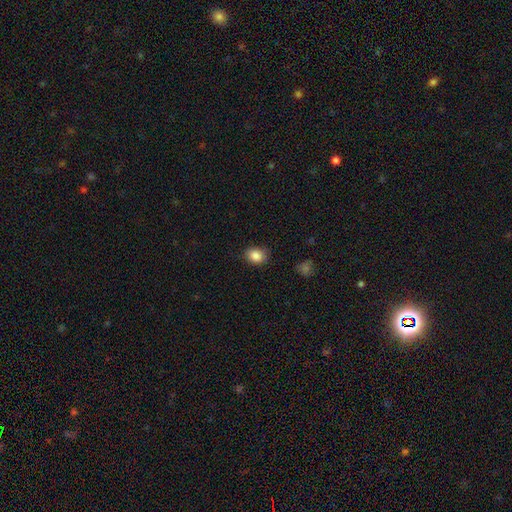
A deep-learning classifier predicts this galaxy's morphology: Smooth or featured?
  - smooth: 86% *
  - star or artifact: 9%
  - featured or disk: 5%
How rounded?
  - round: 51% *
  - in between: 48%
  - cigar-shaped: 1%
Merging?
  - none: 82% *
  - minor disturbance: 14%
  - major disturbance: 3%
  - merger: 1%